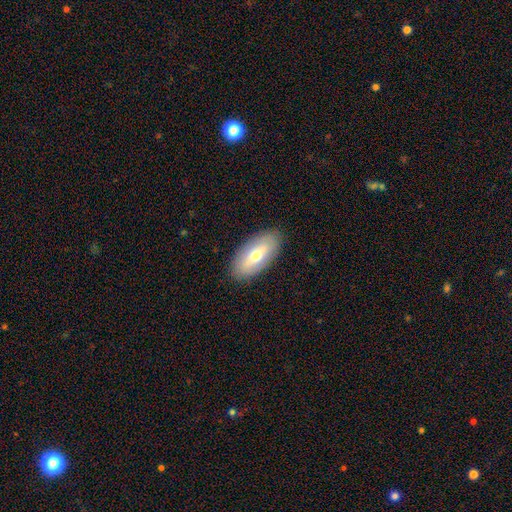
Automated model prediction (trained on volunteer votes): Q: Smooth or featured?
A: smooth (62%); runner-up: featured or disk (32%)
Q: How rounded?
A: in between (88%); runner-up: cigar-shaped (9%)
Q: Merging?
A: none (88%); runner-up: minor disturbance (8%)